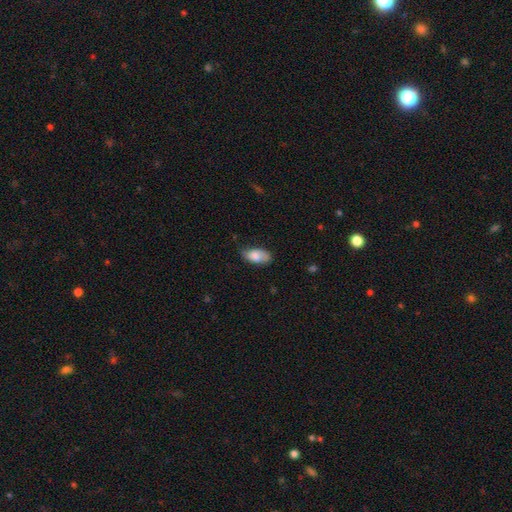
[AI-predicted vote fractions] Smooth or featured? smooth (77%)
How rounded? in between (92%)
Merging? none (62%)